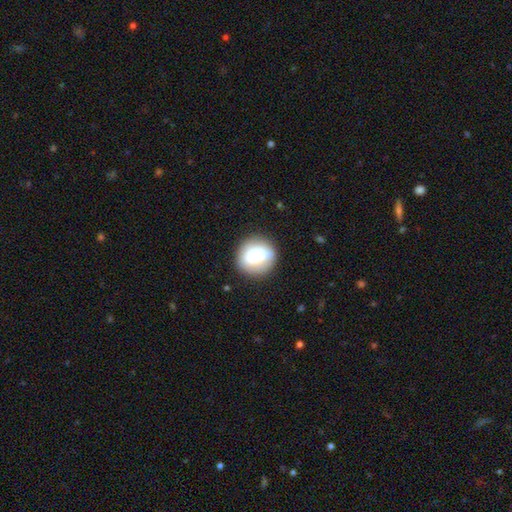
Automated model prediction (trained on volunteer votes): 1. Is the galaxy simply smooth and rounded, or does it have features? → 80% smooth, 11% featured or disk, 9% star or artifact.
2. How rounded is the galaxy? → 78% round, 21% in between, 1% cigar-shaped.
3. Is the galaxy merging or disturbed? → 78% none, 15% minor disturbance, 5% major disturbance, 2% merger.